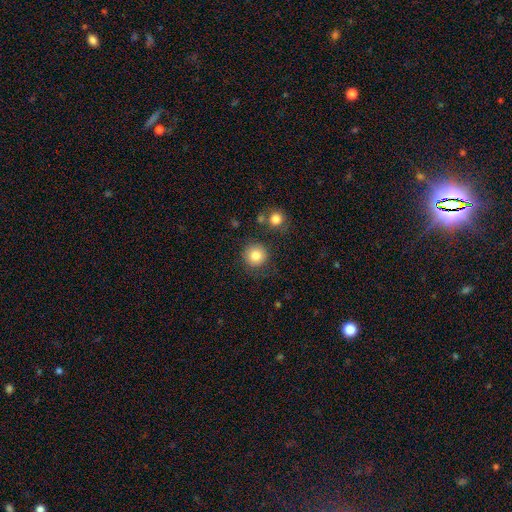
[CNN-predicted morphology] Smooth or featured? Predicted: smooth (p=0.84). How rounded? Predicted: round (p=0.94). Merging? Predicted: none (p=0.82).